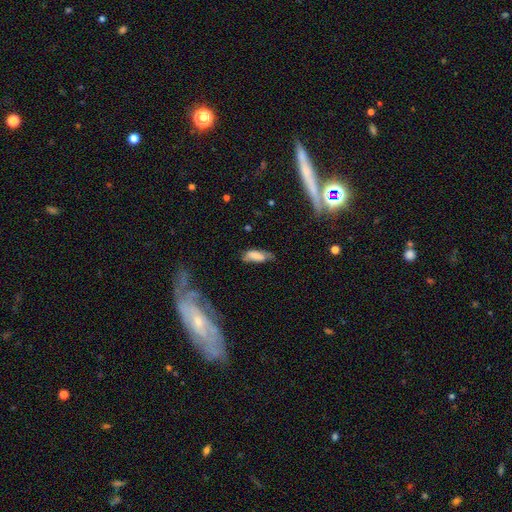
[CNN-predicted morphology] Smooth or featured?
  - smooth: 75% *
  - featured or disk: 16%
  - star or artifact: 9%
How rounded?
  - in between: 69% *
  - cigar-shaped: 29%
  - round: 2%
Merging?
  - none: 44% *
  - minor disturbance: 37%
  - major disturbance: 15%
  - merger: 4%